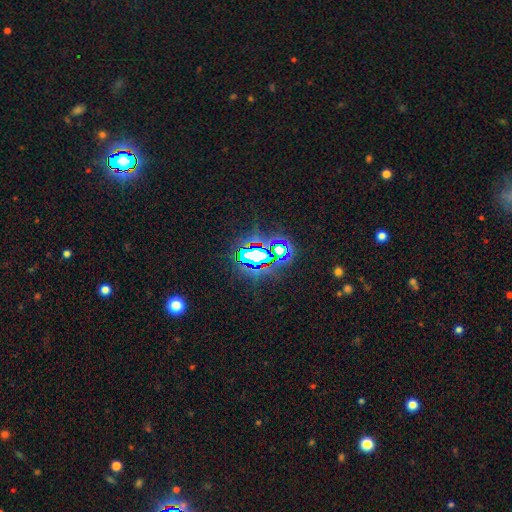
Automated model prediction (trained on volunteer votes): A star or artifact, not a galaxy (73%).